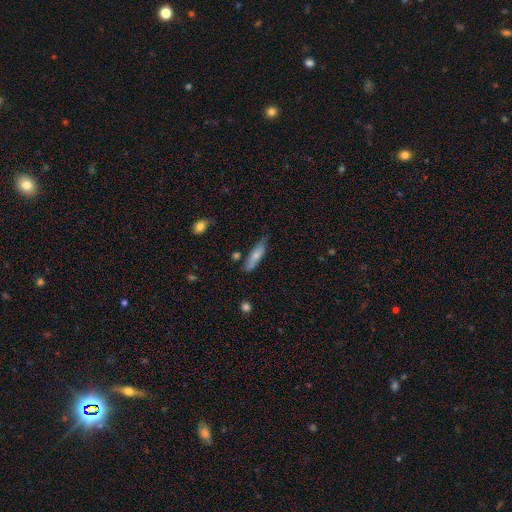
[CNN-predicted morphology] The model was most divided on "how rounded": cigar-shaped: 68%, in between: 30%, round: 2%. More confident: smooth or featured — smooth (70%); merging — none (67%).